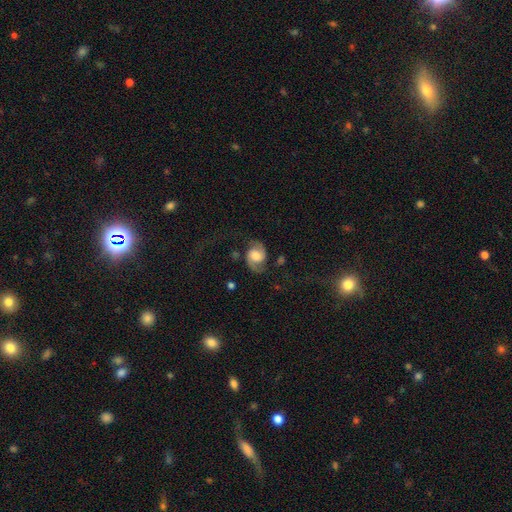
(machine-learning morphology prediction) This is likely a featured or disk galaxy (77%). It is clearly not viewed edge-on (98%). Bar: possibly no (56%). Spiral arm pattern: clearly yes (95%). Spiral arm count: clearly 2 (92%). Spiral winding: possibly medium (48%). Central bulge: marginally moderate (40%). Merging: likely none (69%).